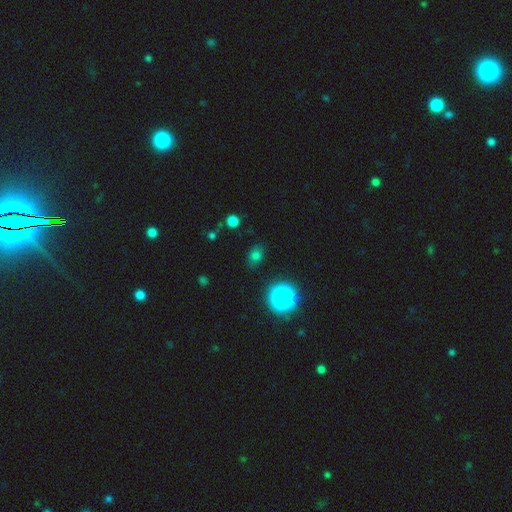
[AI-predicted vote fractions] Smooth or featured?
  - smooth: 71% *
  - star or artifact: 20%
  - featured or disk: 8%
How rounded?
  - in between: 53% *
  - round: 45%
  - cigar-shaped: 2%
Merging?
  - none: 79% *
  - minor disturbance: 14%
  - major disturbance: 4%
  - merger: 2%